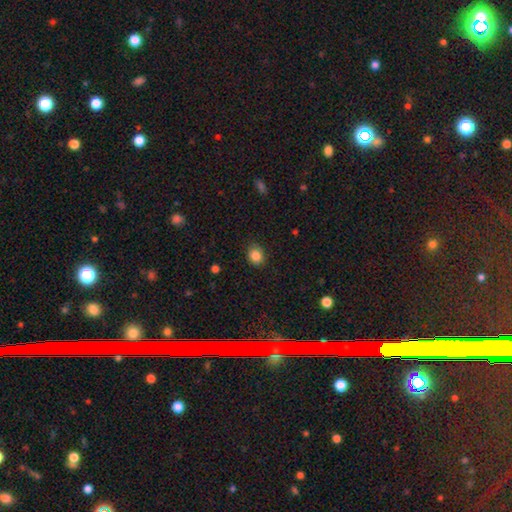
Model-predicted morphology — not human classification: smooth_or_featured: smooth (p=0.85) [alt: star or artifact p=0.10]
how_rounded: round (p=0.62) [alt: in between p=0.37]
merging: none (p=0.83) [alt: minor disturbance p=0.13]